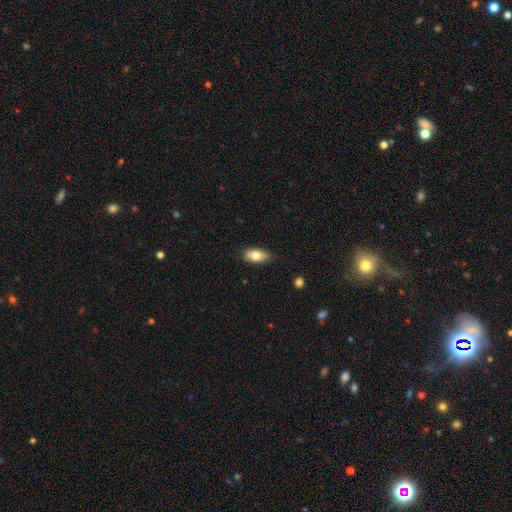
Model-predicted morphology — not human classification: Smooth or featured: smooth — 82% (featured or disk — 11%)
How rounded: in between — 88% (cigar-shaped — 8%)
Merging: none — 79% (minor disturbance — 17%)